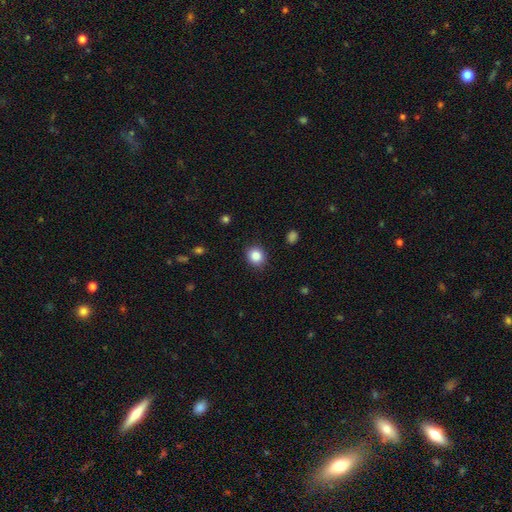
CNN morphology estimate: This appears to be a smooth galaxy with no disk features (86%) that is round (74%). Merging: none (88%).